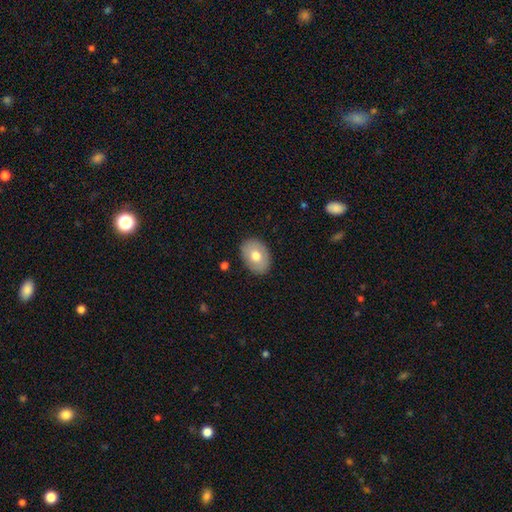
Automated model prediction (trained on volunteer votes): smooth 71%, featured or disk 23%, star or artifact 6%. Down the decision tree: how rounded — in between (79%); merging — none (87%).